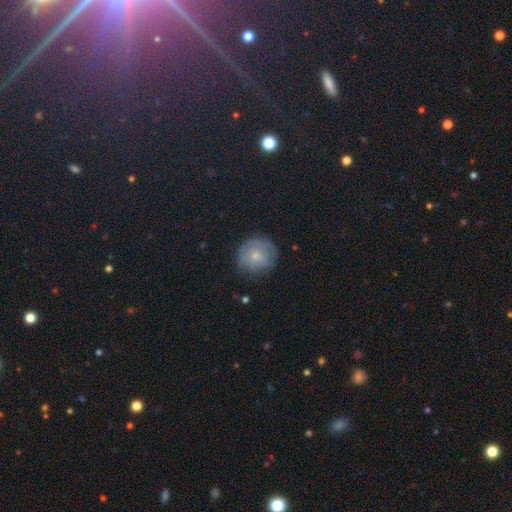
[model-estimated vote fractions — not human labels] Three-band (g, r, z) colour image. It shows a smooth galaxy with no disk features (58%) that is round (89%). Merging: none (72%).